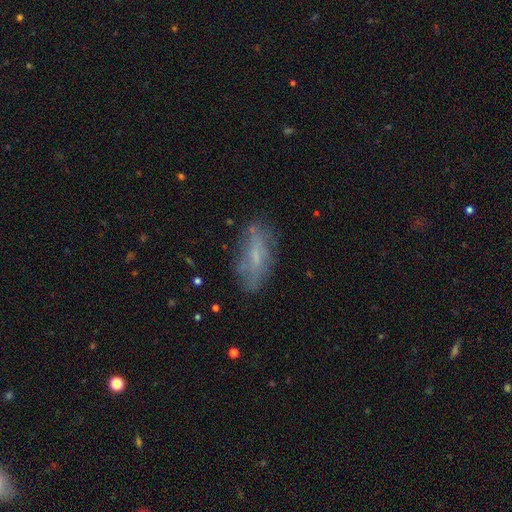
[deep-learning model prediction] Smooth or featured? smooth (48%)
Merging? none (69%)